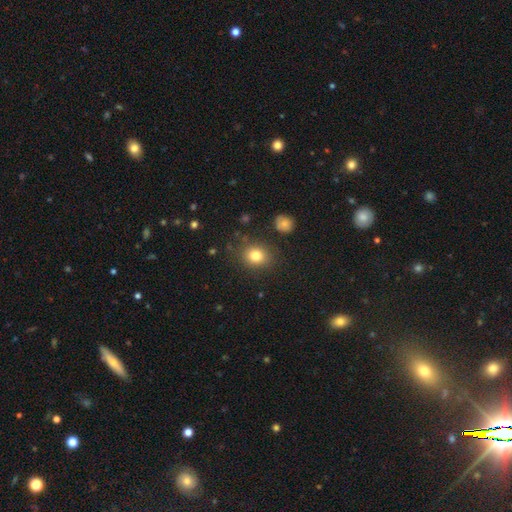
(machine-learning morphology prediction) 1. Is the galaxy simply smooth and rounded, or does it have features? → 81% smooth, 12% star or artifact, 7% featured or disk.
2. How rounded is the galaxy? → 67% round, 32% in between, 1% cigar-shaped.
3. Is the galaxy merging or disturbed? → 84% none, 10% minor disturbance, 4% major disturbance, 2% merger.